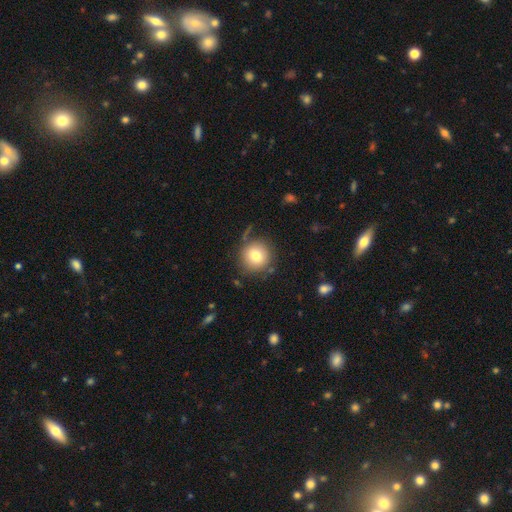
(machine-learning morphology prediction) A smooth galaxy with no disk features (78%) that is round (92%). Merging: none (78%).